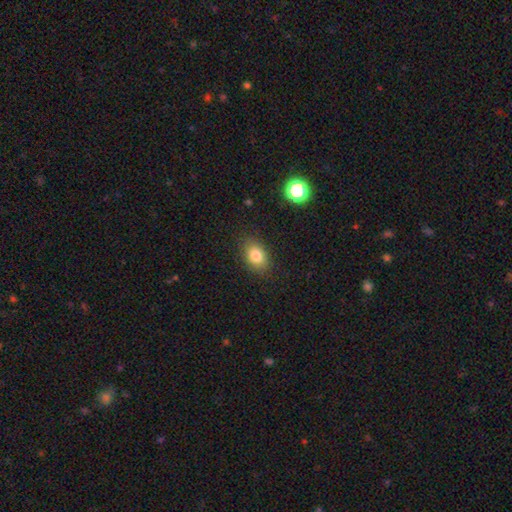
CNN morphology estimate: smooth 81%, star or artifact 10%, featured or disk 9%. Down the decision tree: how rounded — in between (79%); merging — none (86%).